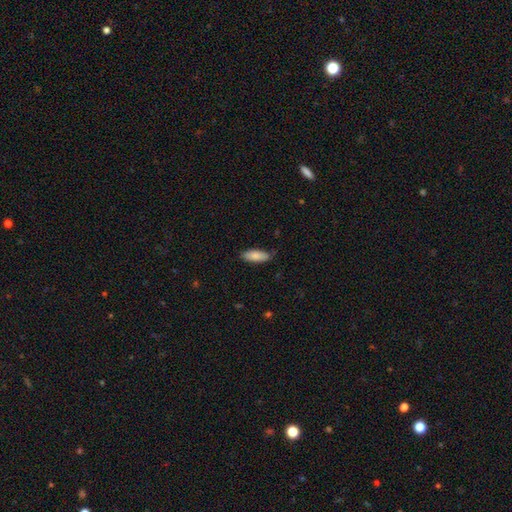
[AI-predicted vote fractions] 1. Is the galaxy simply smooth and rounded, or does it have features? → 87% smooth, 7% featured or disk, 6% star or artifact.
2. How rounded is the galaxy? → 73% in between, 26% cigar-shaped, 2% round.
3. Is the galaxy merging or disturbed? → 81% none, 15% minor disturbance, 2% major disturbance, 1% merger.